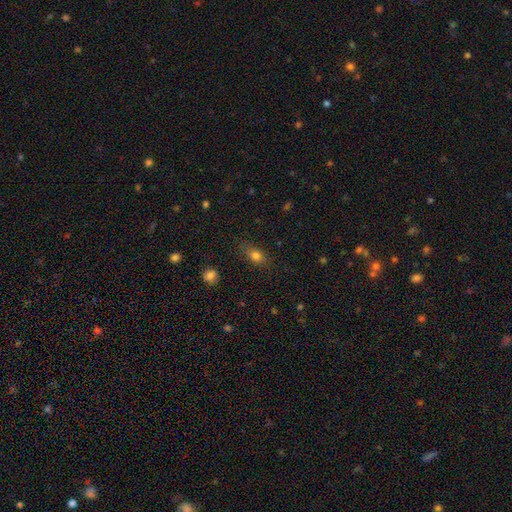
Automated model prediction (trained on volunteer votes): A smooth galaxy with no disk features (79%) that is in between round and cigar-shaped (70%). Merging: none (74%).